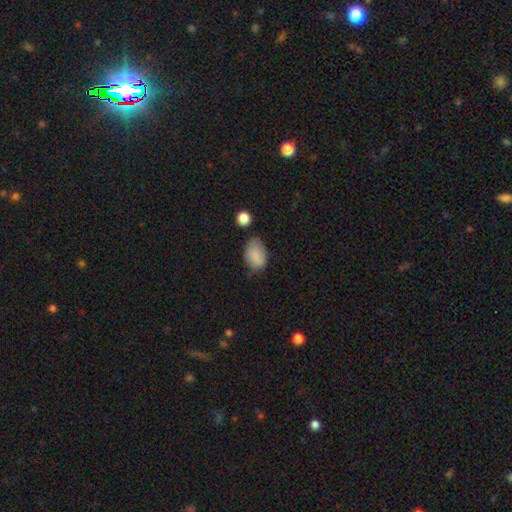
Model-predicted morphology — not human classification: The model was most divided on "merging": none: 61%, minor disturbance: 29%, major disturbance: 7%, merger: 4%. More confident: how rounded — in between (88%); smooth or featured — smooth (85%).